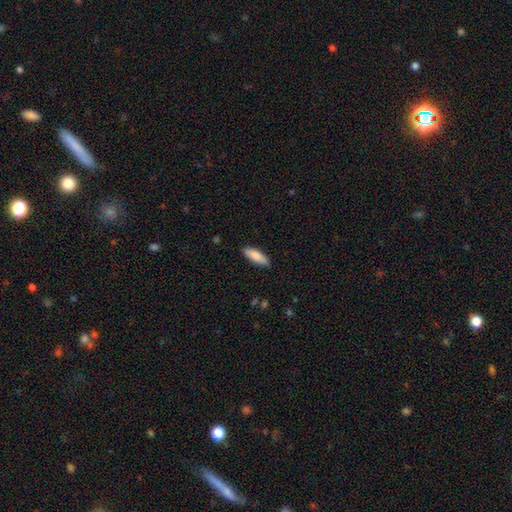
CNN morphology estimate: type=smooth (85%); roundness=in between (55%); merging=none (88%).